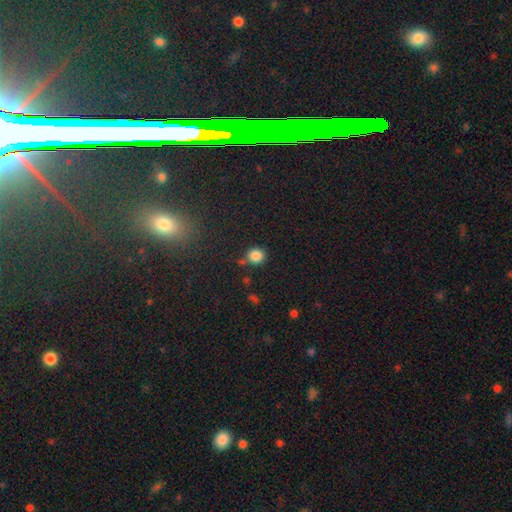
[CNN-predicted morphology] A smooth galaxy with no disk features (84%) that is round (83%).

Vote fractions:
- Smooth or featured? smooth: 84% / star or artifact: 11% / featured or disk: 5%
- How rounded? round: 83% / in between: 16% / cigar-shaped: 1%
- Merging? none: 74% / minor disturbance: 14% / merger: 8% / major disturbance: 4%